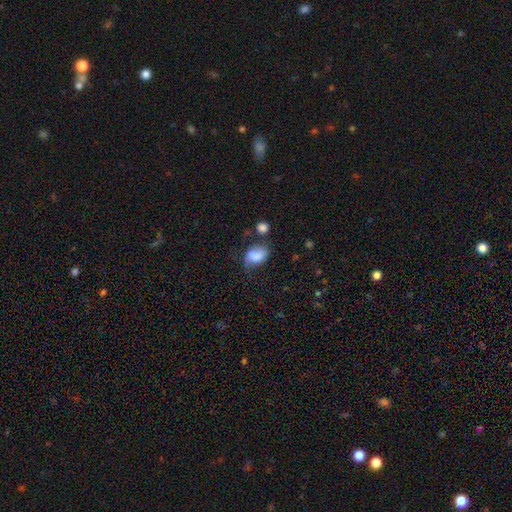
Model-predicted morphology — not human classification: smooth_or_featured: smooth (p=0.78) [alt: featured or disk p=0.13]
how_rounded: in between (p=0.76) [alt: round p=0.22]
merging: none (p=0.46) [alt: minor disturbance p=0.32]